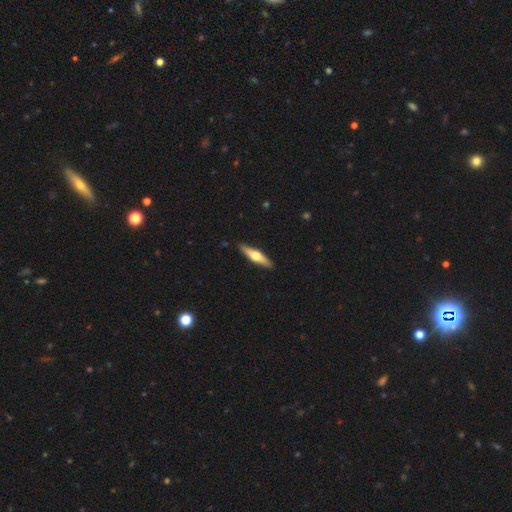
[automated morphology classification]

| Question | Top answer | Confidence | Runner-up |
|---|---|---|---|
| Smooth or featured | featured or disk | 56% | smooth (39%) |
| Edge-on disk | yes | 94% | no (6%) |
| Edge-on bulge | rounded | 94% | boxy (3%) |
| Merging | none | 90% | minor disturbance (7%) |